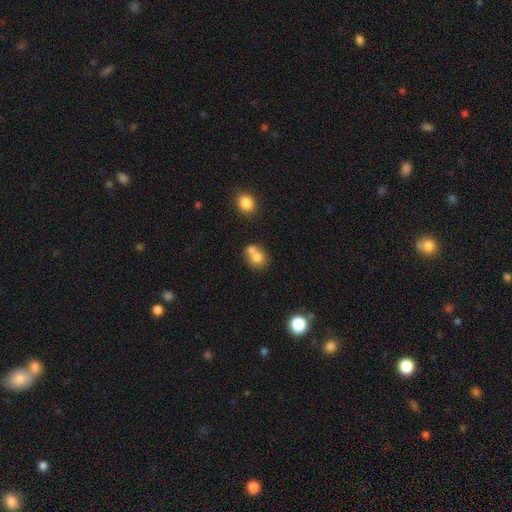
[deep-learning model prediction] A smooth galaxy with no disk features (74%) that is round (69%).

Vote fractions:
- Smooth or featured? smooth: 74% / featured or disk: 15% / star or artifact: 11%
- How rounded? round: 69% / in between: 30% / cigar-shaped: 1%
- Merging? merger: 55% / none: 33% / minor disturbance: 8% / major disturbance: 3%